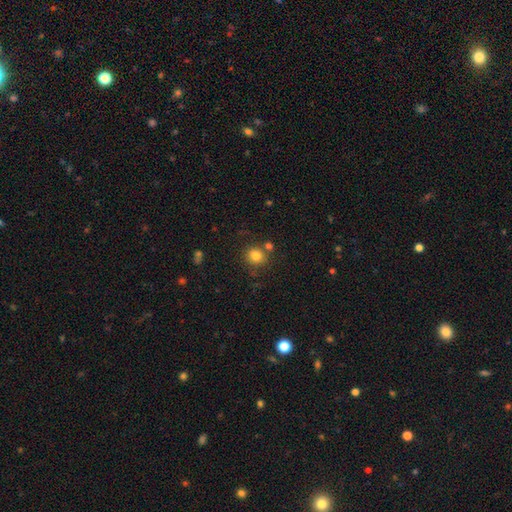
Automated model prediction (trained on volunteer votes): A smooth galaxy with no disk features (82%) that is round (85%).

Vote fractions:
- Smooth or featured? smooth: 82% / star or artifact: 12% / featured or disk: 6%
- How rounded? round: 85% / in between: 15% / cigar-shaped: 1%
- Merging? none: 74% / merger: 11% / minor disturbance: 11% / major disturbance: 4%